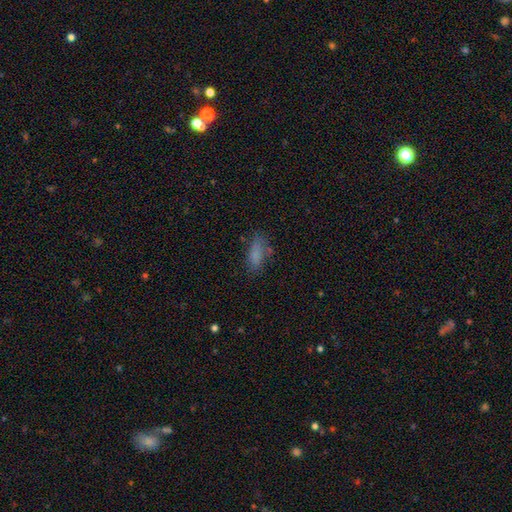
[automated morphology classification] Smooth or featured? Predicted: smooth (p=0.75). How rounded? Predicted: in between (p=0.69). Merging? Predicted: none (p=0.63).